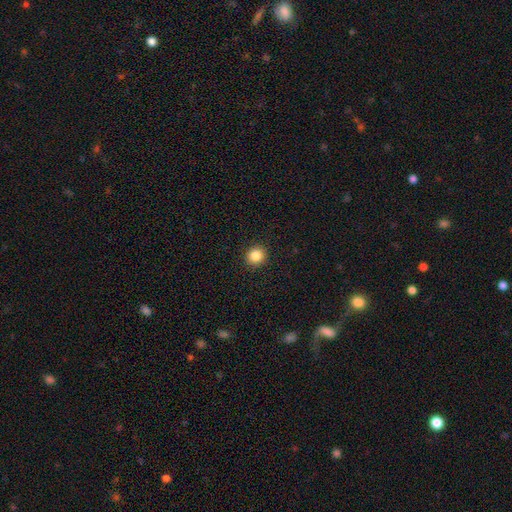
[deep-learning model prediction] This appears to be a smooth galaxy with no disk features (85%) that is round (91%). Merging: none (92%).